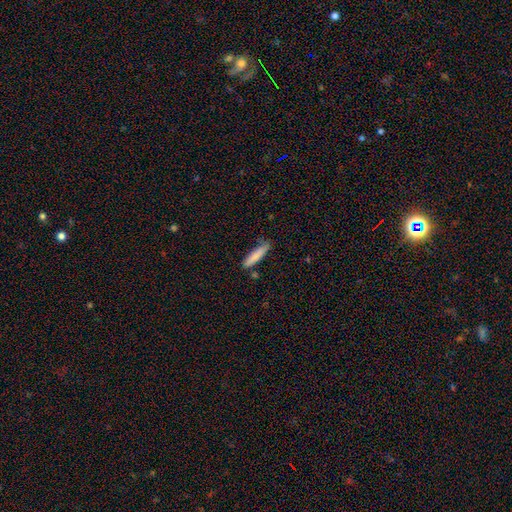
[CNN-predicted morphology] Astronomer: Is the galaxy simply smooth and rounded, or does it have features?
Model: smooth — 83%.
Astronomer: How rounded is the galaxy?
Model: cigar-shaped — 84%.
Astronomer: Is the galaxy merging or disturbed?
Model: none — 75%.